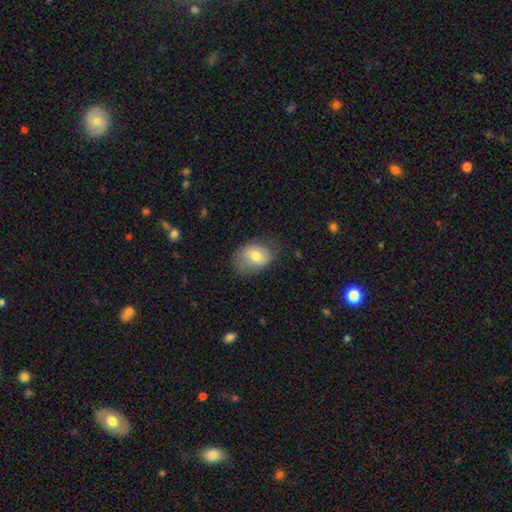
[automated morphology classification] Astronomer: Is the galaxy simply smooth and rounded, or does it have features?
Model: smooth — 72%.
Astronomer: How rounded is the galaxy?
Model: in between — 68%.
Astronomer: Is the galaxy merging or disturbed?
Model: none — 61%.